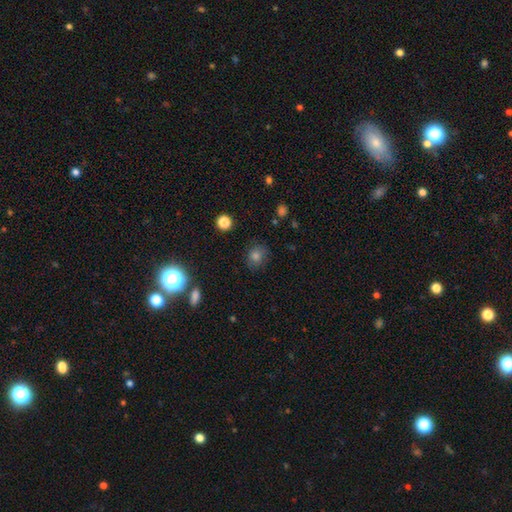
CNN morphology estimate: Smooth or featured: smooth — 72% (star or artifact — 20%)
How rounded: round — 72% (in between — 27%)
Merging: none — 83% (minor disturbance — 12%)